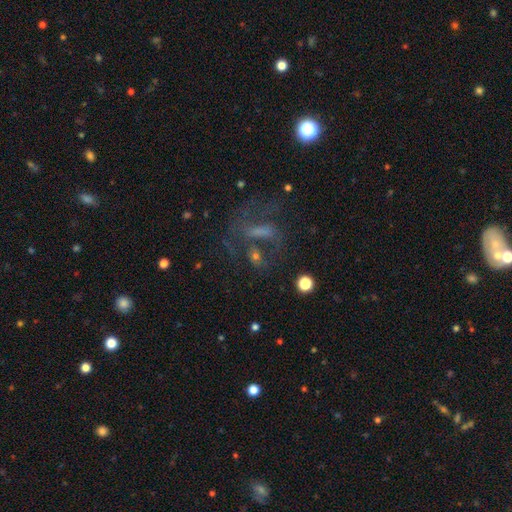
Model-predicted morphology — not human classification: Overall: featured or disk (51%; smooth 25%). Edge-on disk: no (92%). Merging: none (46%; major disturbance 25%).